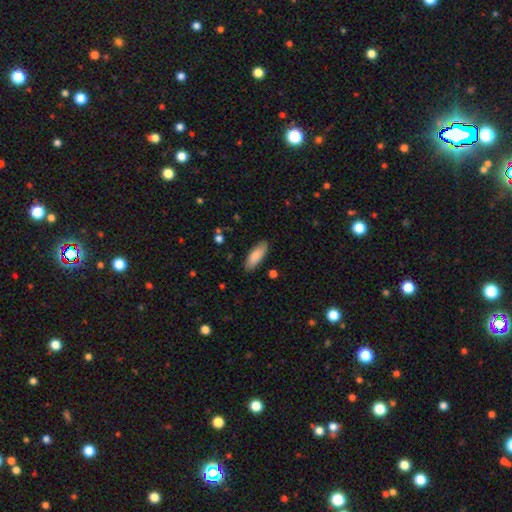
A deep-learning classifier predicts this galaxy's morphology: Smooth or featured? Predicted: smooth (p=0.84). How rounded? Predicted: in between (p=0.73). Merging? Predicted: none (p=0.87).